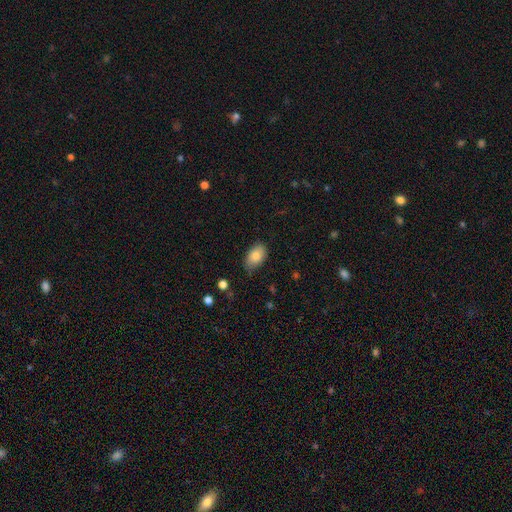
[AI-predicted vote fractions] A smooth galaxy with no disk features (84%) that is in between round and cigar-shaped (90%). Merging: none (74%).